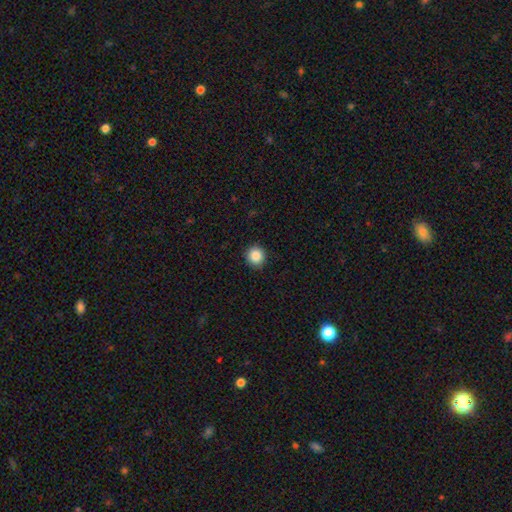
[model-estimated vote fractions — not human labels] smooth 87%, star or artifact 9%, featured or disk 3%. Down the decision tree: how rounded — round (94%); merging — none (92%).